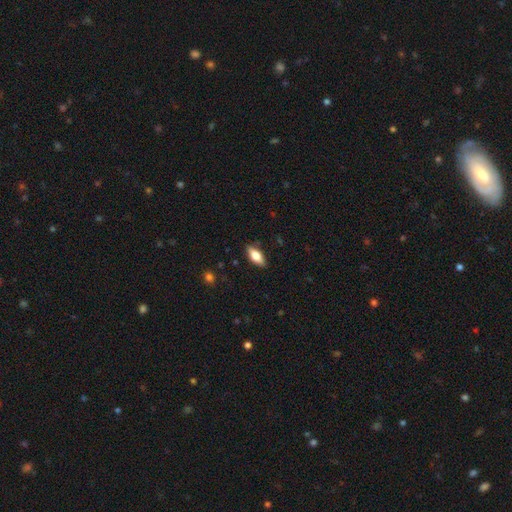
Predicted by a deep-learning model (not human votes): A smooth galaxy with no disk features (68%) that is in between round and cigar-shaped (77%).

Vote fractions:
- Smooth or featured? smooth: 68% / featured or disk: 26% / star or artifact: 7%
- How rounded? in between: 77% / cigar-shaped: 20% / round: 3%
- Merging? none: 86% / minor disturbance: 11% / major disturbance: 2% / merger: 1%